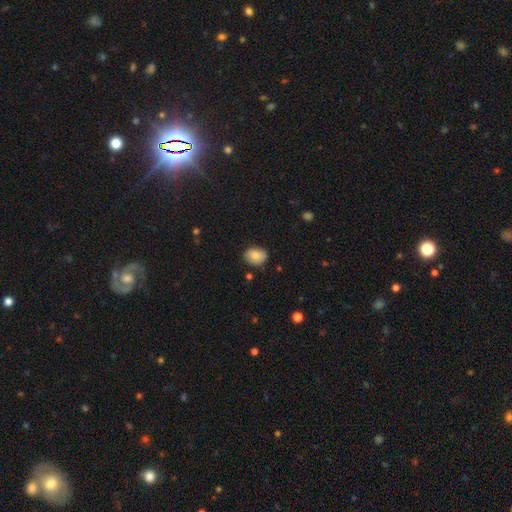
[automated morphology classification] Overall: smooth (83%). How rounded: in between (62%; round 38%). Merging: none (79%).